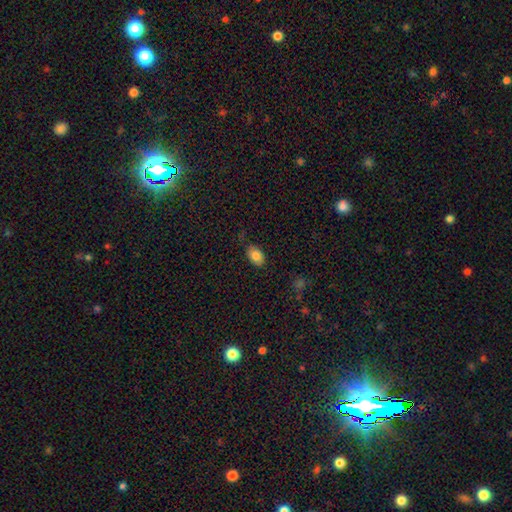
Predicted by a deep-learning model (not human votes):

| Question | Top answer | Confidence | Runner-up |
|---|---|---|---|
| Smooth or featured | smooth | 83% | featured or disk (9%) |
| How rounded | in between | 88% | round (11%) |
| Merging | none | 81% | minor disturbance (14%) |